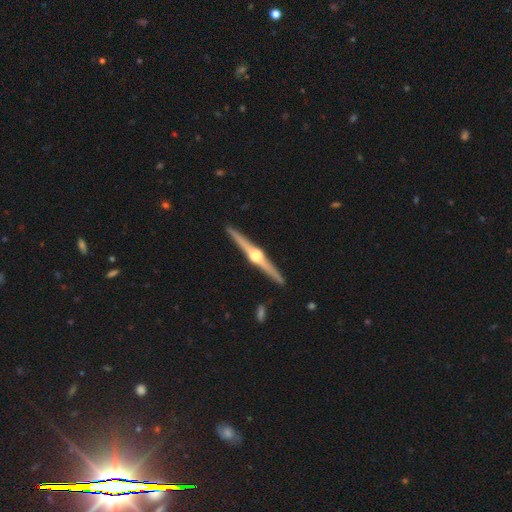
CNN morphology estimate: smooth-or-featured: featured or disk: 88% | smooth: 8% | star or artifact: 4%
  disk-edge-on: yes: 99% | no: 1%
    edge-on-bulge: rounded: 96% | boxy: 2% | none: 1%
  merging: none: 92% | minor disturbance: 6% | merger: 1% | major disturbance: 1%